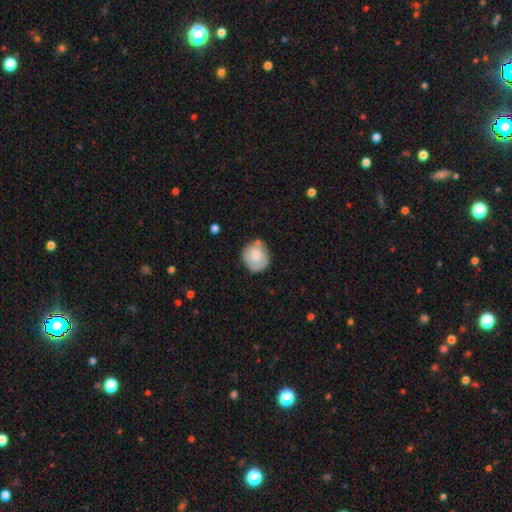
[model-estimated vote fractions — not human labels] Smooth or featured? Predicted: smooth (p=0.75). How rounded? Predicted: round (p=0.78). Merging? Predicted: none (p=0.63).